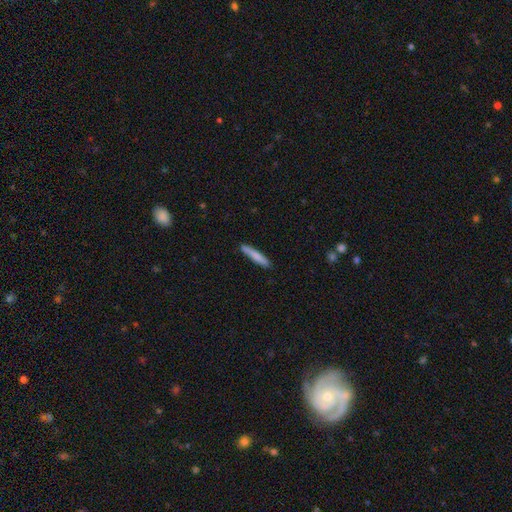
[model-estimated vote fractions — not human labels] Smooth or featured? Predicted: smooth (p=0.79). How rounded? Predicted: cigar-shaped (p=0.93). Merging? Predicted: none (p=0.86).